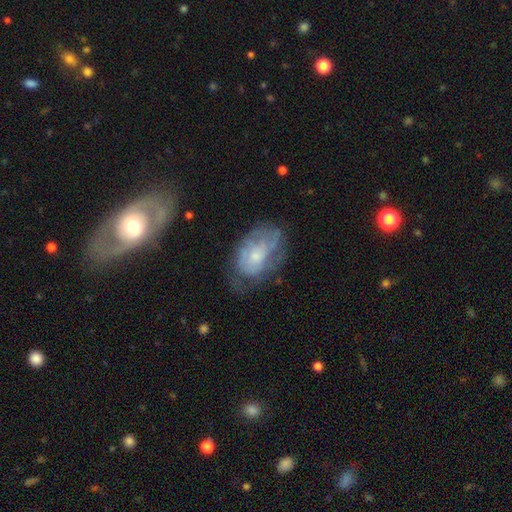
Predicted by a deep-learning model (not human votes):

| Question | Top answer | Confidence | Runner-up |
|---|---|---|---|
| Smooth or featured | featured or disk | 53% | smooth (38%) |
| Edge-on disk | no | 96% | yes (4%) |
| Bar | no | 79% | weak (18%) |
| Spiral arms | yes | 55% | no (45%) |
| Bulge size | small | 56% | moderate (31%) |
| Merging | none | 47% | minor disturbance (28%) |